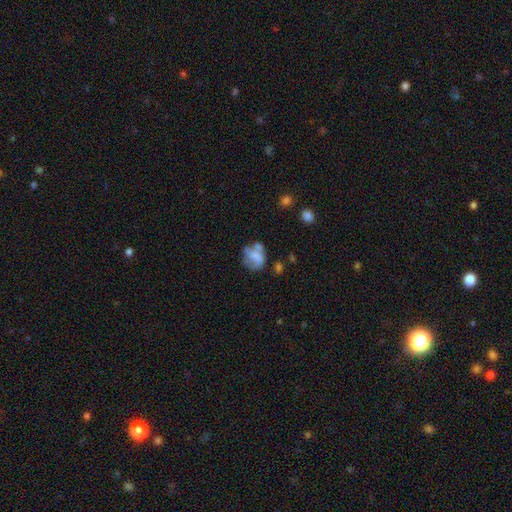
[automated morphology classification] Smooth or featured? smooth (52%)
How rounded? round (52%)
Merging? none (37%)